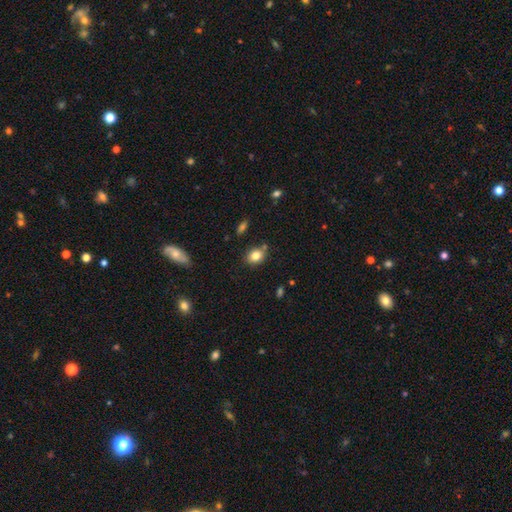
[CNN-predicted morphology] smooth-or-featured: smooth: 81% | star or artifact: 10% | featured or disk: 9%
  how-rounded: round: 50% | in between: 48% | cigar-shaped: 1%
  merging: none: 76% | minor disturbance: 14% | merger: 7% | major disturbance: 3%